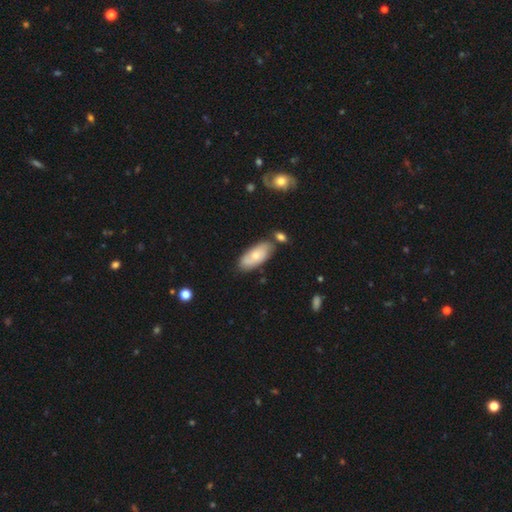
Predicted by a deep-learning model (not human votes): This is possibly a smooth galaxy (59%). How rounded: clearly in between (86%). Merging: likely none (67%).